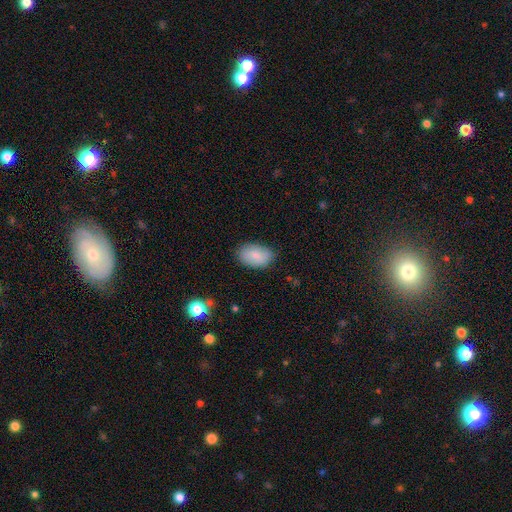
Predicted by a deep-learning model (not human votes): smooth 84%, featured or disk 9%, star or artifact 7%. Down the decision tree: how rounded — in between (92%); merging — none (81%).